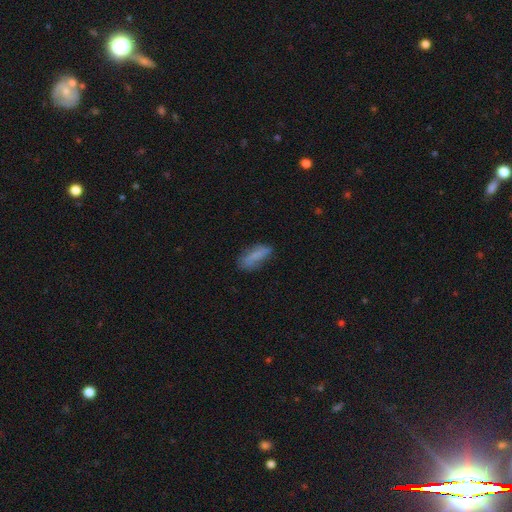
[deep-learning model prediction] Overall: smooth (70%). How rounded: in between (67%; cigar-shaped 30%). Merging: none (53%; minor disturbance 30%).